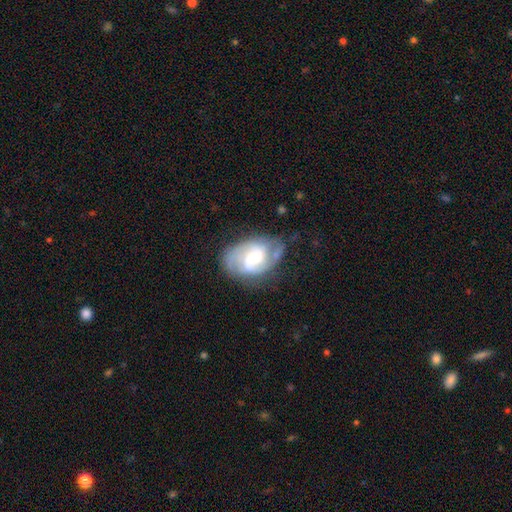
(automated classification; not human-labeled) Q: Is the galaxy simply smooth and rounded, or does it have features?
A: featured or disk — 82%.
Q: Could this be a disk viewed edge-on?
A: no — 97%.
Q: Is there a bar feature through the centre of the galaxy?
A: no — 45%, tied with weak.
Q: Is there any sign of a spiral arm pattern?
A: yes — 95%.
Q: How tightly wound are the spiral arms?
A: medium — 46%.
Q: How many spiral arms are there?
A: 2 — 58%.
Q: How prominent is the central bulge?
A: moderate — 58%.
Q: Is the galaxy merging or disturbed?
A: none — 66%.